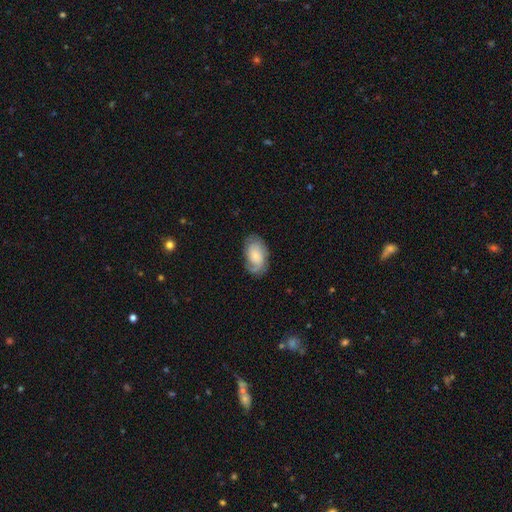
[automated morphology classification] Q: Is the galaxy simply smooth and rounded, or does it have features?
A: featured or disk — 54%.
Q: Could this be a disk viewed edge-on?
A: no — 96%.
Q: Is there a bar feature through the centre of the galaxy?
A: no — 75%.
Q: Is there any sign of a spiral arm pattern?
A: yes — 87%.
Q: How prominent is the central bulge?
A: small — 56%.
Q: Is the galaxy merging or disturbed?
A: none — 70%.